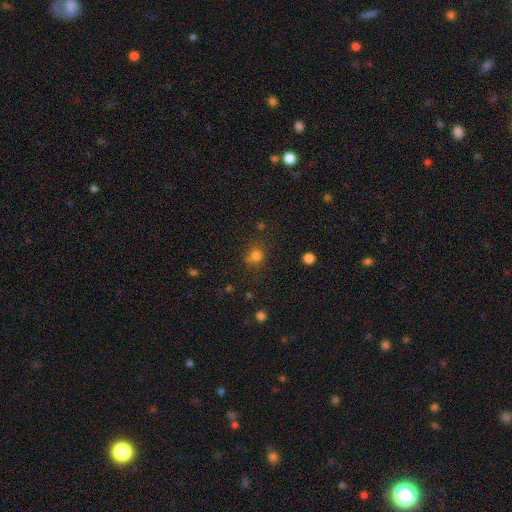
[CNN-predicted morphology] smooth 76%, star or artifact 16%, featured or disk 8%. Down the decision tree: how rounded — round (76%); merging — none (63%).